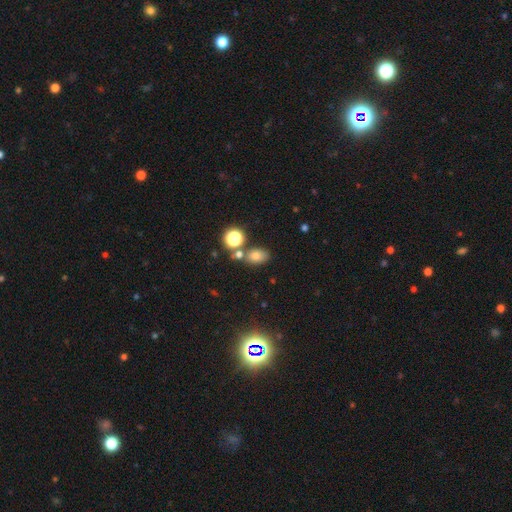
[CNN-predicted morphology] A smooth galaxy with no disk features (73%) that is in between round and cigar-shaped (71%). Merging: none (69%).